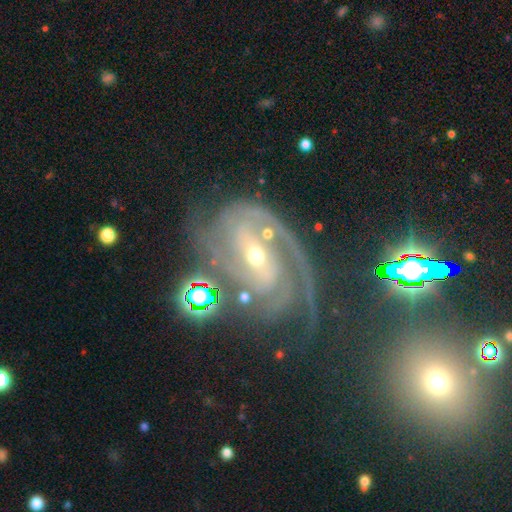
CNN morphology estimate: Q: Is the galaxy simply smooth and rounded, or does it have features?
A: featured or disk — 87%.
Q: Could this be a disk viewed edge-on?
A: no — 96%.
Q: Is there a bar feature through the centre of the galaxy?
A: strong — 40%.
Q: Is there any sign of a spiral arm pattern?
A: yes — 98%.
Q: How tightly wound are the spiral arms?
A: tight — 56%.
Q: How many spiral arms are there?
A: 2 — 47%.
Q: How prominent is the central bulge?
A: small — 58%.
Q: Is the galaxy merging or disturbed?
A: none — 60%.